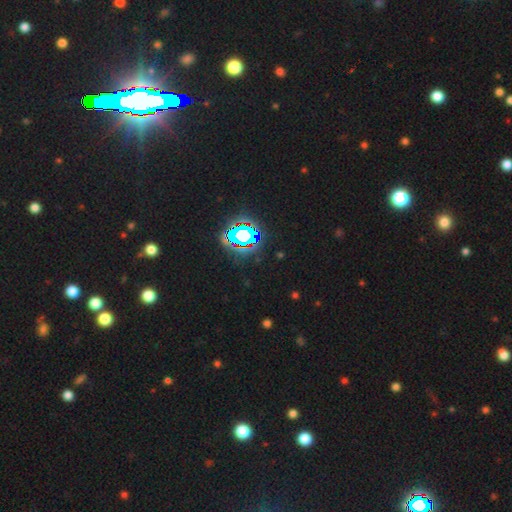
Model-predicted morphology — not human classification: smooth_or_featured: star or artifact (p=0.82) [alt: smooth p=0.10]